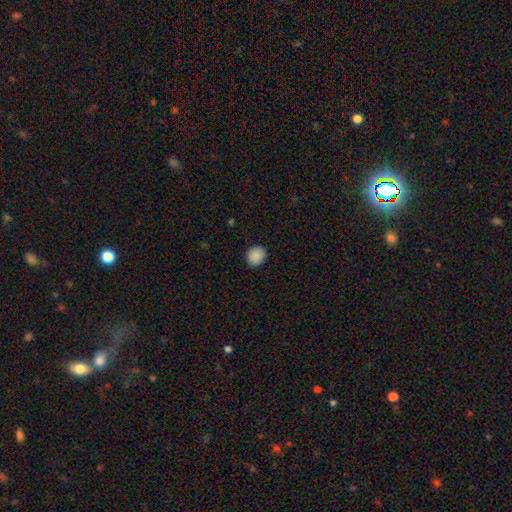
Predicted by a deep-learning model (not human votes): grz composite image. It shows a smooth galaxy with no disk features (89%) that is round (67%). Merging: none (85%).